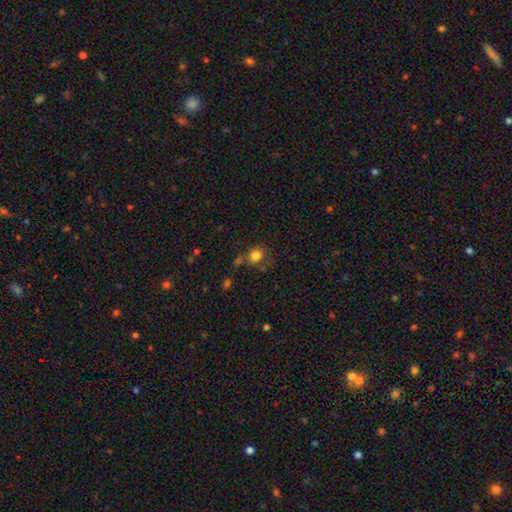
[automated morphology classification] Smooth or featured? Predicted: smooth (p=0.81). How rounded? Predicted: round (p=0.82). Merging? Predicted: none (p=0.69).